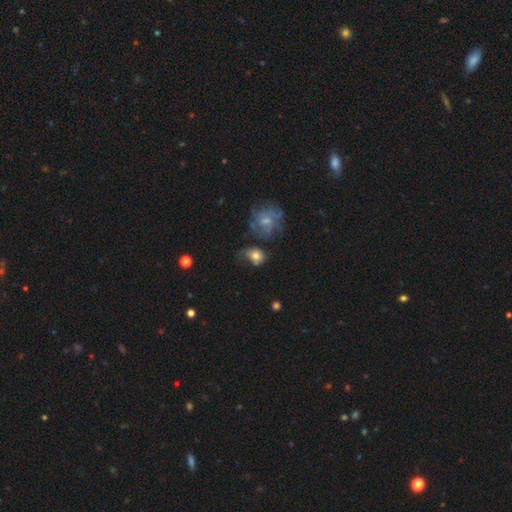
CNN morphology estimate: Smooth or featured?
  - smooth: 64% *
  - featured or disk: 25%
  - star or artifact: 11%
How rounded?
  - round: 52% *
  - in between: 46%
  - cigar-shaped: 1%
Merging?
  - none: 34% *
  - major disturbance: 29%
  - minor disturbance: 27%
  - merger: 11%